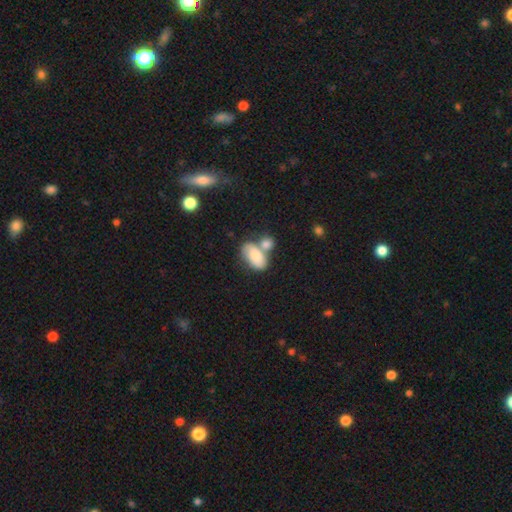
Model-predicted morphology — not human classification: Smooth or featured? Predicted: smooth (p=0.79). How rounded? Predicted: in between (p=0.92). Merging? Predicted: merger (p=0.50).